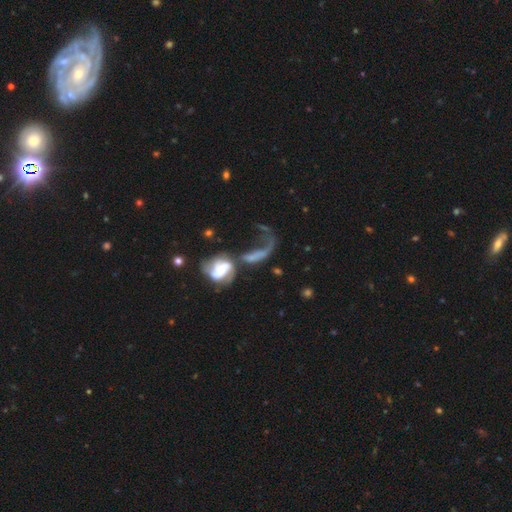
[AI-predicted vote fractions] Morphology: type=featured or disk (57%); edge-on=no (93%); bar=no (56%); spiral arms=yes (66%); bulge=none (34%); merging=merger (45%).